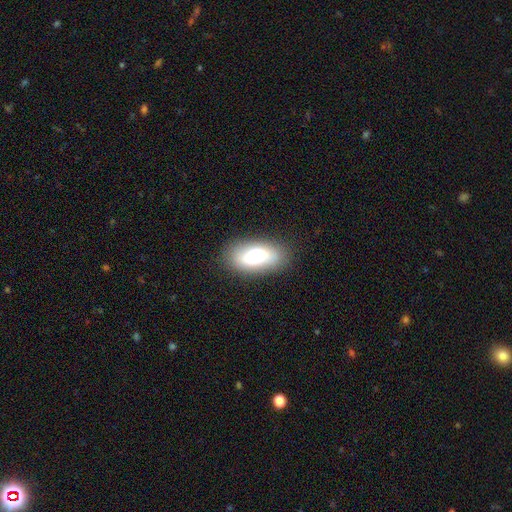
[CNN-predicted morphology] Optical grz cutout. It shows a smooth galaxy with no disk features (65%) that is in between round and cigar-shaped (88%). Merging: none (84%).